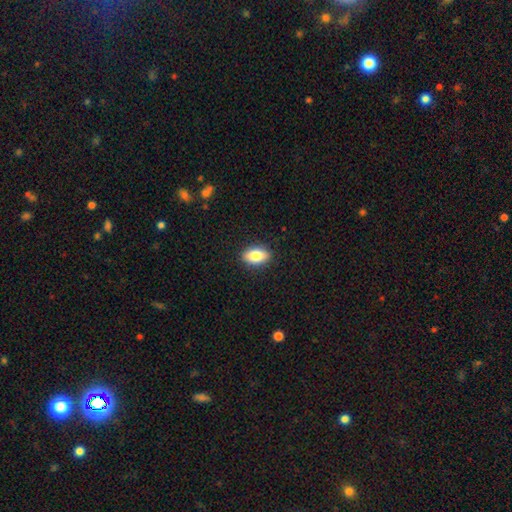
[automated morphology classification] smooth-or-featured: smooth: 81% | featured or disk: 11% | star or artifact: 7%
  how-rounded: in between: 88% | round: 9% | cigar-shaped: 3%
  merging: none: 89% | minor disturbance: 8% | major disturbance: 2% | merger: 1%